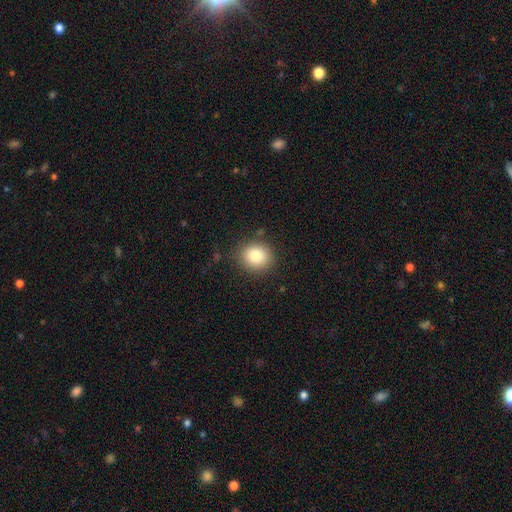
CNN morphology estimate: Smooth or featured: smooth — 83% (star or artifact — 10%)
How rounded: round — 76% (in between — 23%)
Merging: none — 86% (minor disturbance — 10%)